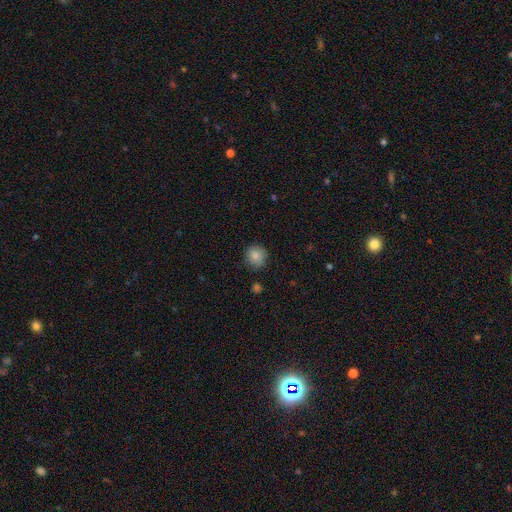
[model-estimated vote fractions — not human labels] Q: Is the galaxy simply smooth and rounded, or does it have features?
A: smooth — 83%.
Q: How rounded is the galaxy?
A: round — 88%.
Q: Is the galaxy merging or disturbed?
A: none — 77%.